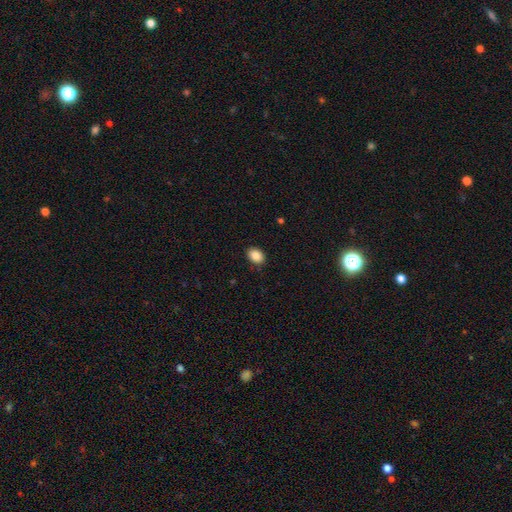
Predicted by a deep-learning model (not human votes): Smooth or featured? Predicted: smooth (p=0.87). How rounded? Predicted: in between (p=0.69). Merging? Predicted: none (p=0.89).